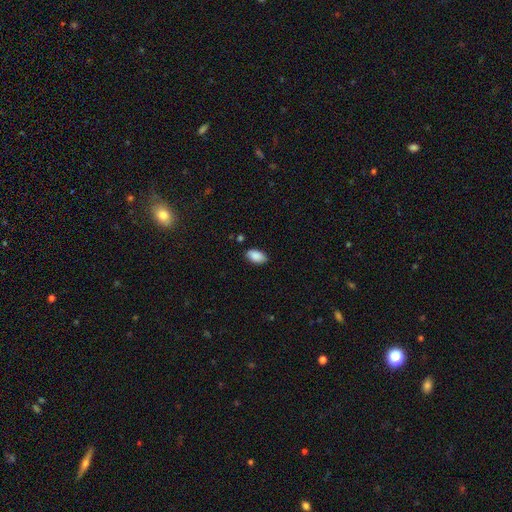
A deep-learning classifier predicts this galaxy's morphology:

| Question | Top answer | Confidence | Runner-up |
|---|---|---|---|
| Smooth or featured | smooth | 89% | star or artifact (7%) |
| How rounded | in between | 94% | round (4%) |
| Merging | none | 84% | minor disturbance (12%) |